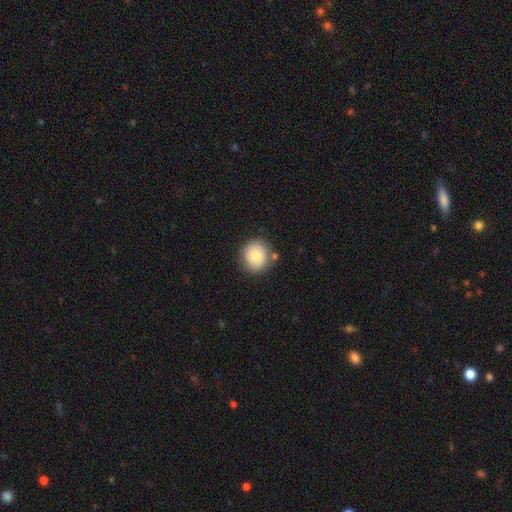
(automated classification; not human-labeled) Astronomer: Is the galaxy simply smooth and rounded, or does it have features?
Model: smooth — 81%.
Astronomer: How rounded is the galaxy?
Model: round — 84%.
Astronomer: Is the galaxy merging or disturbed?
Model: none — 80%.